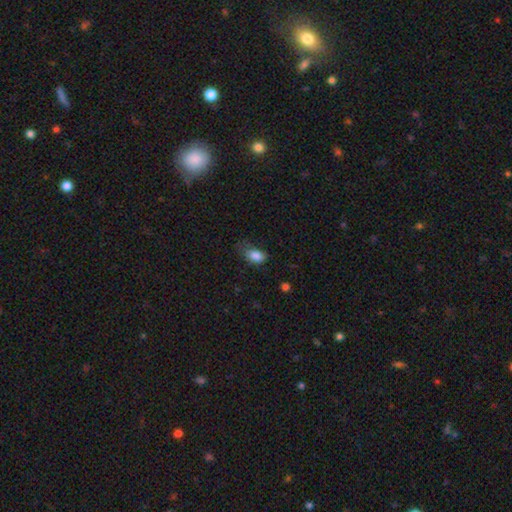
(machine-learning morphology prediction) Overall: smooth (84%). How rounded: in between (87%). Merging: none (40%; minor disturbance 37%).